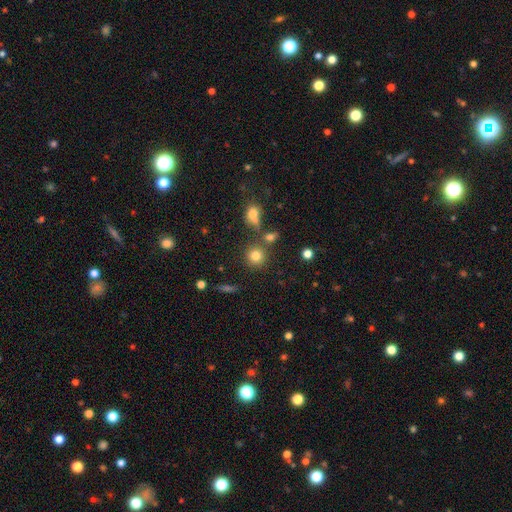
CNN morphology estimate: smooth_or_featured: smooth (p=0.79) [alt: star or artifact p=0.13]
how_rounded: round (p=0.88) [alt: in between p=0.11]
merging: none (p=0.72) [alt: merger p=0.14]